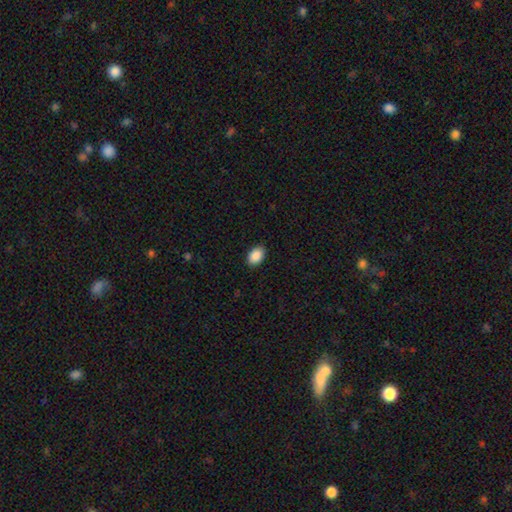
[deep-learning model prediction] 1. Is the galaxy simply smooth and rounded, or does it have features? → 90% smooth, 7% star or artifact, 3% featured or disk.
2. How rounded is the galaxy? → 88% in between, 11% round, 1% cigar-shaped.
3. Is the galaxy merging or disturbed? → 90% none, 7% minor disturbance, 2% major disturbance, 1% merger.